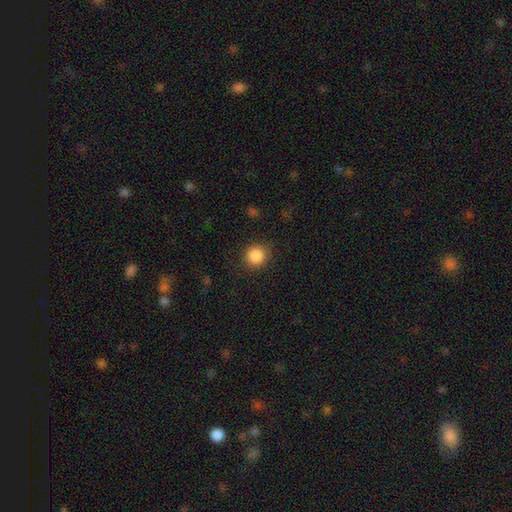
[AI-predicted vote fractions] This is clearly a smooth galaxy (87%). How rounded: clearly round (87%). Merging: clearly none (86%).